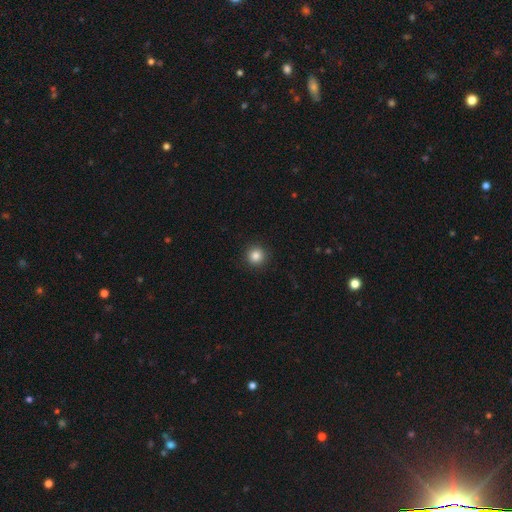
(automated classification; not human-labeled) A smooth galaxy with no disk features (85%) that is round (95%). Merging: none (92%).